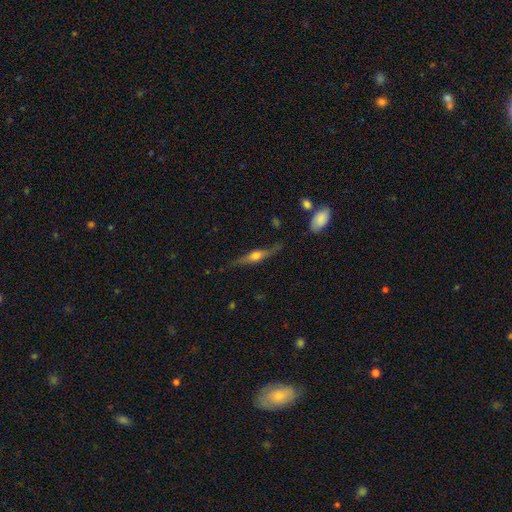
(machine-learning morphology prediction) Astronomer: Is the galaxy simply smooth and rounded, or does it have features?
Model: featured or disk — 70%.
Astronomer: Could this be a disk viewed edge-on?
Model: yes — 96%.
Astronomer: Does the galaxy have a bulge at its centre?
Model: rounded — 92%.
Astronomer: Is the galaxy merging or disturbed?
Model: none — 81%.